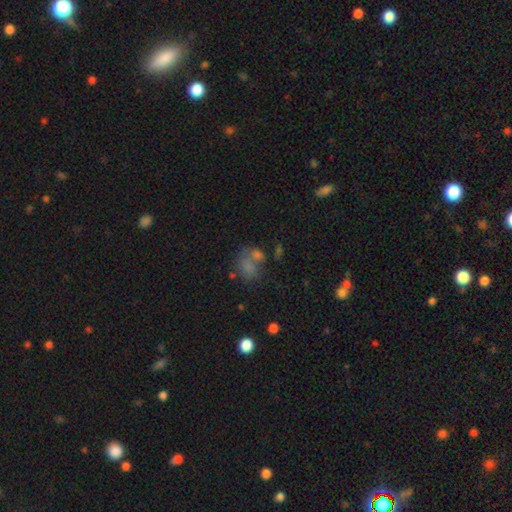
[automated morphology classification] A smooth galaxy with no disk features (57%) that is in between round and cigar-shaped (52%).

Vote fractions:
- Smooth or featured? smooth: 57% / star or artifact: 23% / featured or disk: 20%
- How rounded? in between: 52% / round: 46% / cigar-shaped: 2%
- Merging? none: 37% / merger: 33% / minor disturbance: 15% / major disturbance: 14%